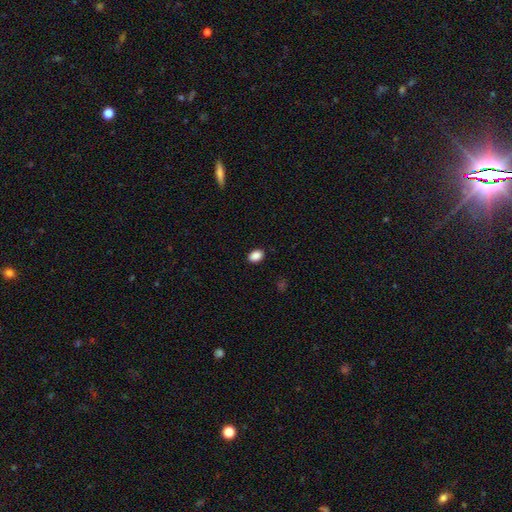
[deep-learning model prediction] The model was most divided on "how rounded": in between: 75%, round: 24%, cigar-shaped: 1%. More confident: merging — none (90%); smooth or featured — smooth (89%).